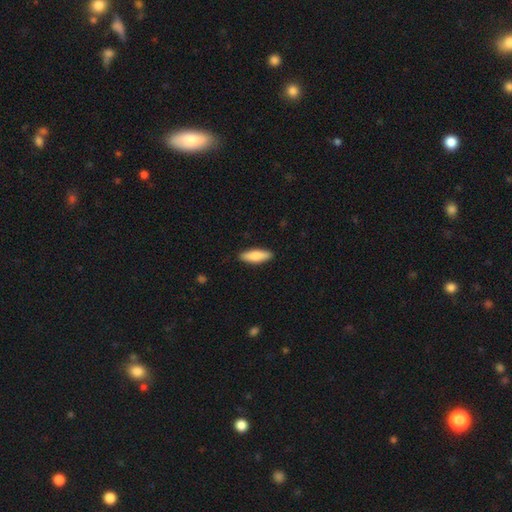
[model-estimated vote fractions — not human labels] Smooth or featured? smooth (82%)
How rounded? in between (51%)
Merging? none (90%)